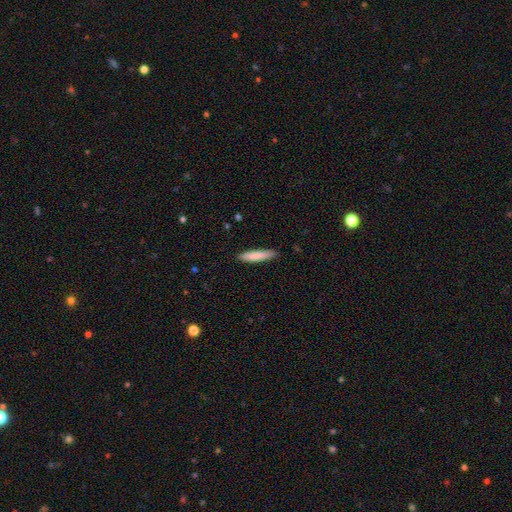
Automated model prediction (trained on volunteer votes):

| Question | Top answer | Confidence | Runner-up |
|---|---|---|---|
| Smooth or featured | smooth | 83% | featured or disk (11%) |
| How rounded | cigar-shaped | 86% | in between (12%) |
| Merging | none | 88% | minor disturbance (9%) |